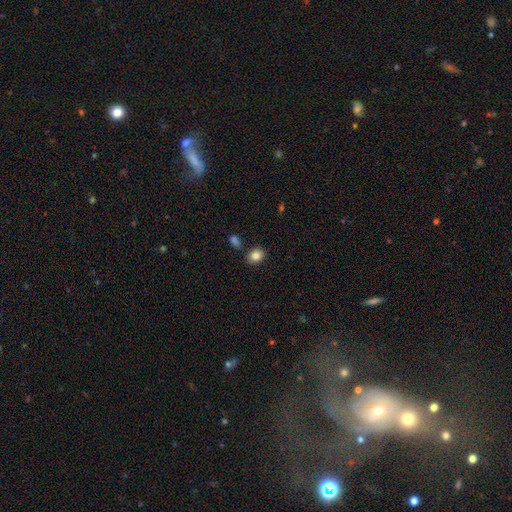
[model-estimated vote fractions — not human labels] Morphology: type=smooth (84%); roundness=round (51%); merging=none (81%).